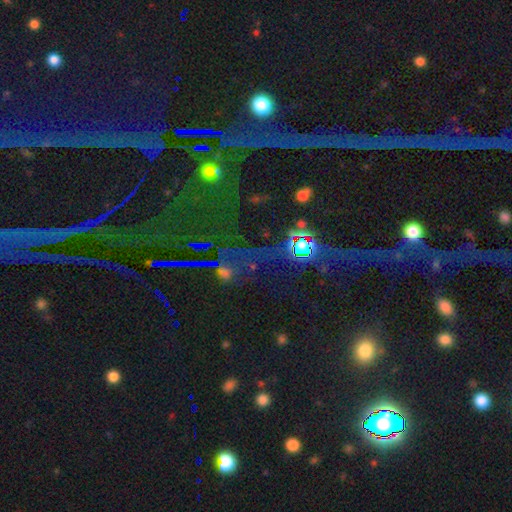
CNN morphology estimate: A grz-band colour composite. It shows a star or artifact, not a galaxy (81%).